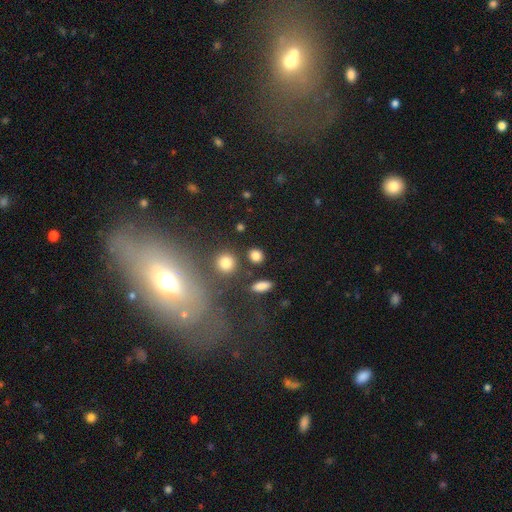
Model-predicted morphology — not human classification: Q: Smooth or featured?
A: smooth (82%); runner-up: star or artifact (13%)
Q: How rounded?
A: round (67%); runner-up: in between (31%)
Q: Merging?
A: none (80%); runner-up: minor disturbance (9%)